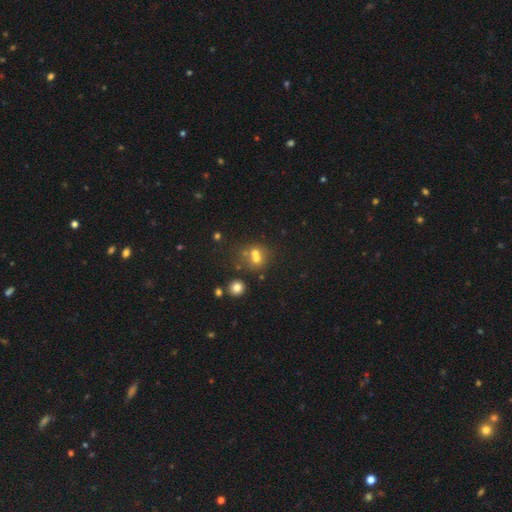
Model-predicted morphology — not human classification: Smooth or featured?
  - smooth: 59% *
  - star or artifact: 21%
  - featured or disk: 20%
How rounded?
  - round: 74% *
  - in between: 25%
  - cigar-shaped: 1%
Merging?
  - merger: 50% *
  - none: 38%
  - minor disturbance: 8%
  - major disturbance: 4%